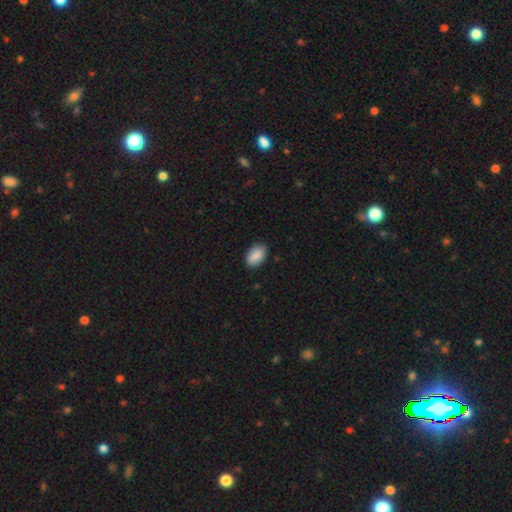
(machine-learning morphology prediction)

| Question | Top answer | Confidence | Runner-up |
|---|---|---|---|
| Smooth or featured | smooth | 86% | featured or disk (7%) |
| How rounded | in between | 91% | round (7%) |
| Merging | none | 84% | minor disturbance (12%) |